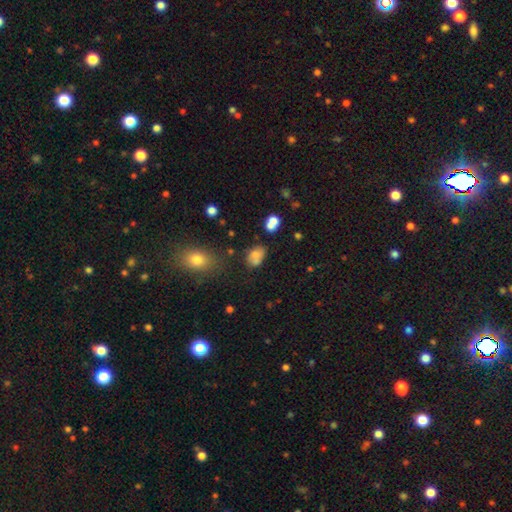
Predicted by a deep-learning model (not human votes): Overall: smooth (71%). How rounded: in between (75%). Merging: none (51%; minor disturbance 22%).